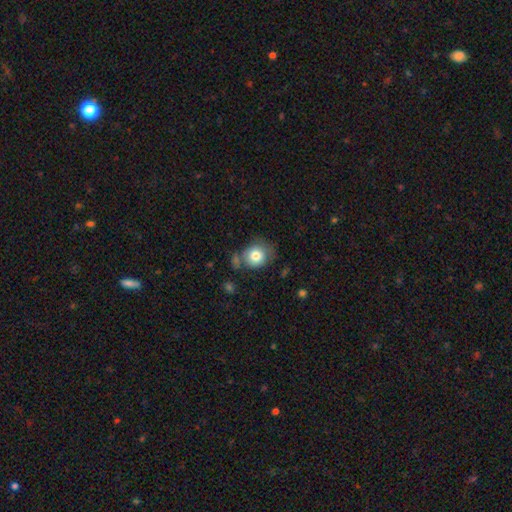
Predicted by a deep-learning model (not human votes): smooth 79%, featured or disk 12%, star or artifact 9%. Down the decision tree: how rounded — round (77%); merging — none (62%).